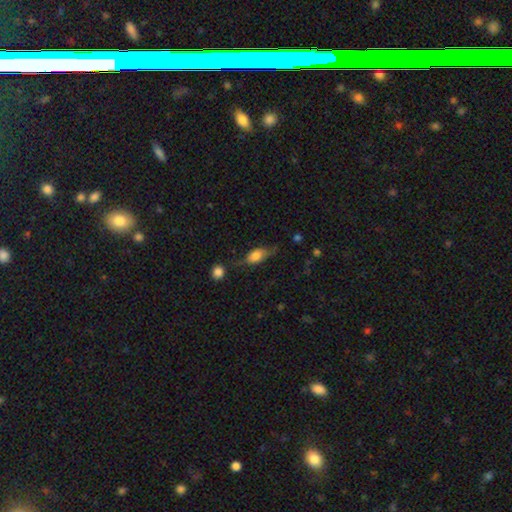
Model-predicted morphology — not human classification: smooth-or-featured: smooth: 70% | featured or disk: 23% | star or artifact: 8%
  how-rounded: in between: 81% | cigar-shaped: 13% | round: 6%
  merging: none: 49% | minor disturbance: 32% | major disturbance: 14% | merger: 5%